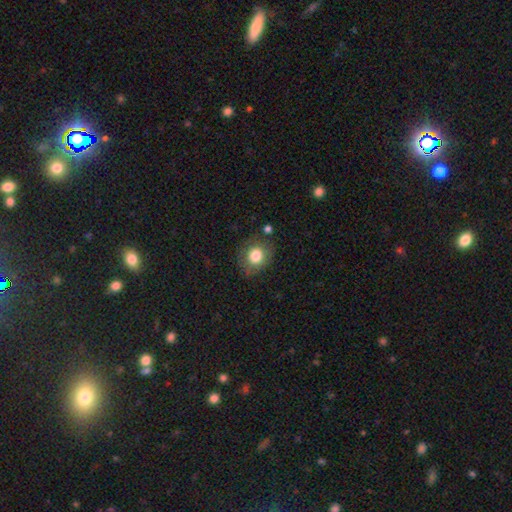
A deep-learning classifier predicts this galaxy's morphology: Smooth or featured?
  - smooth: 79% *
  - featured or disk: 11%
  - star or artifact: 9%
How rounded?
  - round: 65% *
  - in between: 34%
  - cigar-shaped: 1%
Merging?
  - none: 77% *
  - minor disturbance: 15%
  - major disturbance: 5%
  - merger: 3%